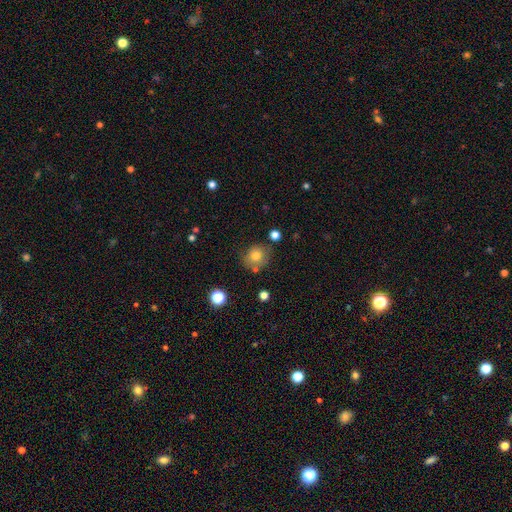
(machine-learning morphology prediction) Q: Smooth or featured?
A: smooth (76%); runner-up: star or artifact (12%)
Q: How rounded?
A: round (81%); runner-up: in between (18%)
Q: Merging?
A: none (71%); runner-up: minor disturbance (17%)